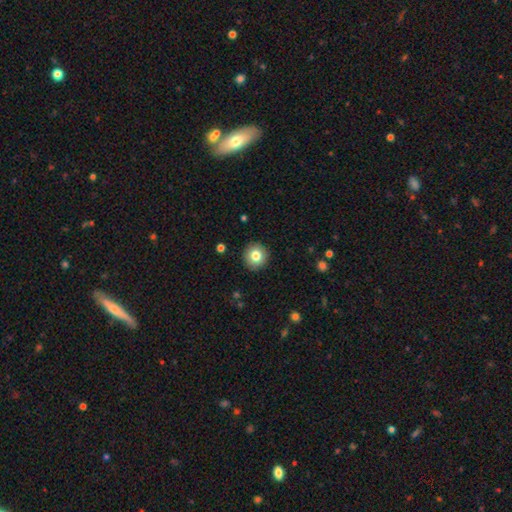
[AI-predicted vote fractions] smooth-or-featured: smooth: 81% | featured or disk: 10% | star or artifact: 9%
  how-rounded: round: 93% | in between: 6% | cigar-shaped: 1%
  merging: none: 92% | minor disturbance: 6% | major disturbance: 2% | merger: 1%